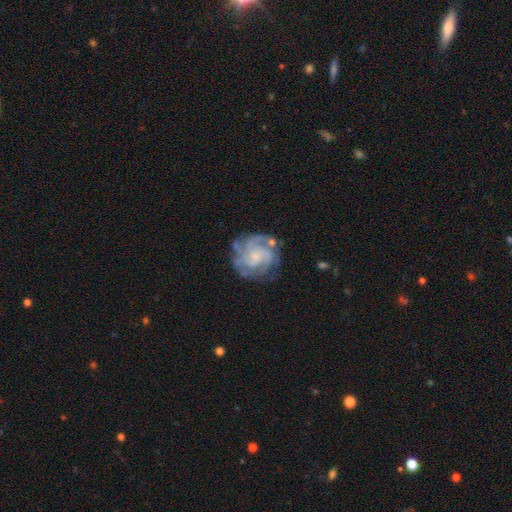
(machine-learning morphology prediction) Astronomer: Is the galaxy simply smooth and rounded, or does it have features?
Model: featured or disk — 85%.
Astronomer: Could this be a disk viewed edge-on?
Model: no — 98%.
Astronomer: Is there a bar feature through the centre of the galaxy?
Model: no — 68%.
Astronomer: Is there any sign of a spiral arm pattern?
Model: yes — 96%.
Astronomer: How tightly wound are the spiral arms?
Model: tight — 58% (runner-up: medium, 34%).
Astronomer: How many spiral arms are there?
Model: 3 — 28% (runner-up: 4, 24%).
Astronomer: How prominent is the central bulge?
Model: small — 59%.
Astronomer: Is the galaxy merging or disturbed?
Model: none — 71%.